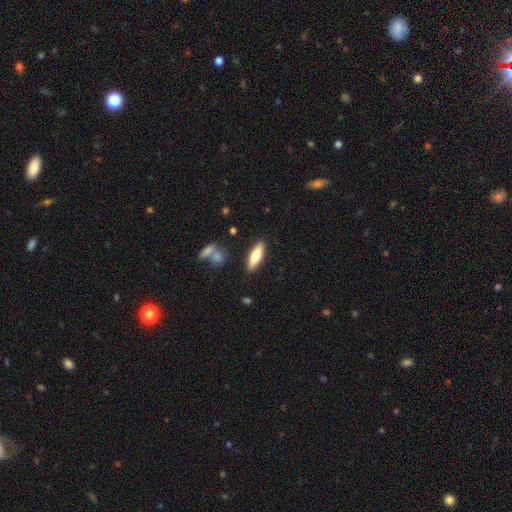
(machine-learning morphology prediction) A smooth galaxy with no disk features (69%) that is in between round and cigar-shaped (51%).

Vote fractions:
- Smooth or featured? smooth: 69% / featured or disk: 25% / star or artifact: 6%
- How rounded? in between: 51% / cigar-shaped: 47% / round: 2%
- Merging? none: 86% / minor disturbance: 9% / merger: 3% / major disturbance: 2%